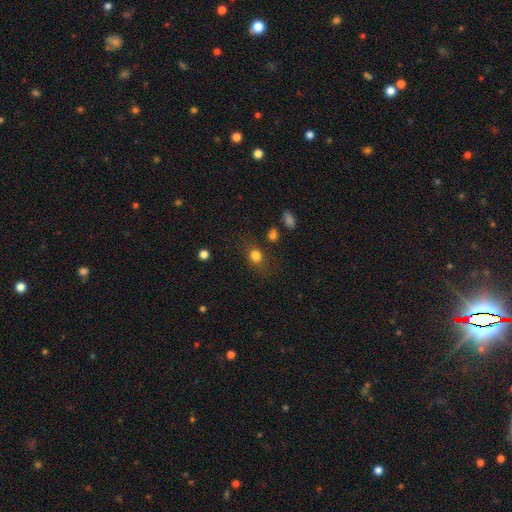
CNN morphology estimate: Smooth or featured: smooth — 78% (star or artifact — 13%)
How rounded: round — 66% (in between — 32%)
Merging: none — 70% (minor disturbance — 16%)